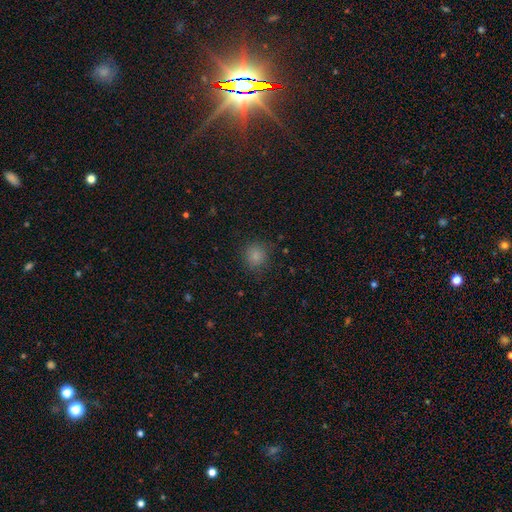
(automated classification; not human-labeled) Smooth or featured? Predicted: smooth (p=0.83). How rounded? Predicted: round (p=0.88). Merging? Predicted: none (p=0.84).